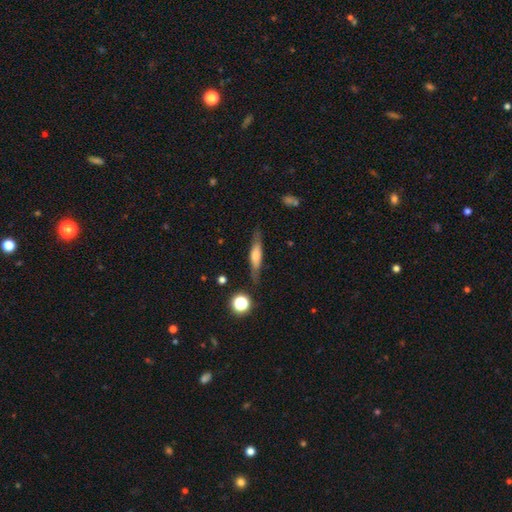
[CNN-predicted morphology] This appears to be a smooth galaxy with no disk features (48%). Merging: none (81%).